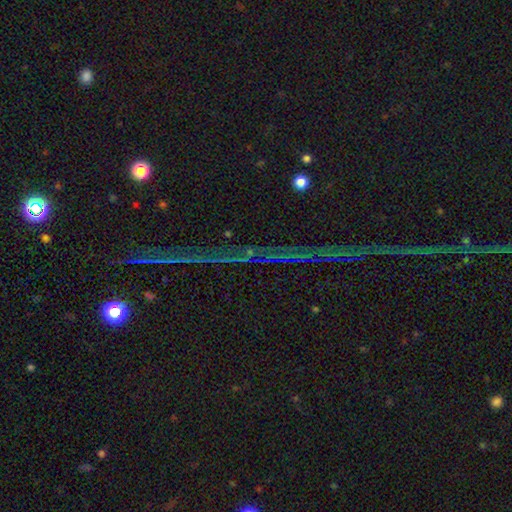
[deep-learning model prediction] A star or artifact, not a galaxy (82%).